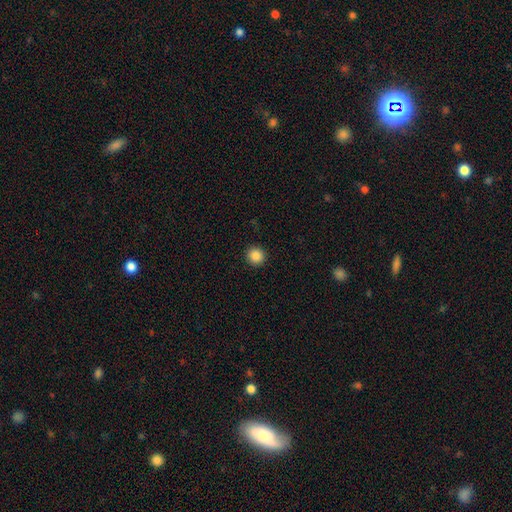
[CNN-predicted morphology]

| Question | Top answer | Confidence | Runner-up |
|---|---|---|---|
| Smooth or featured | smooth | 87% | star or artifact (10%) |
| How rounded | round | 95% | in between (4%) |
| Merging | none | 93% | minor disturbance (5%) |